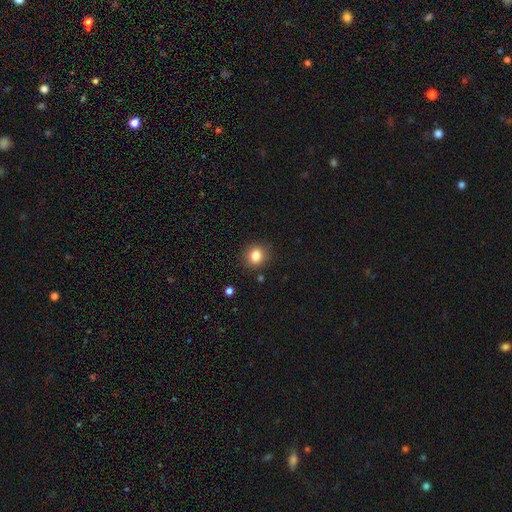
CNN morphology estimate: smooth 83%, star or artifact 11%, featured or disk 6%. Down the decision tree: how rounded — round (74%); merging — none (87%).